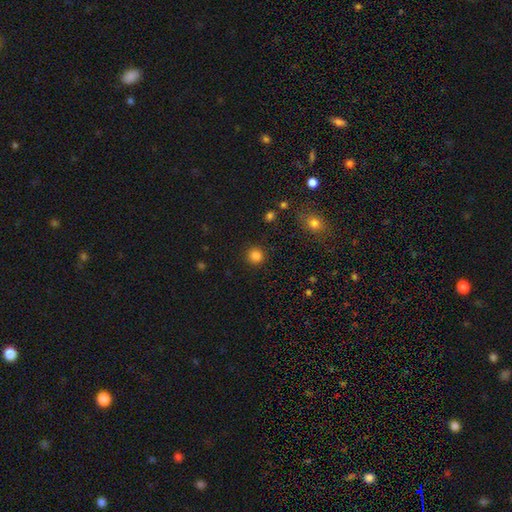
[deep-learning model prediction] Overall: smooth (84%). How rounded: round (91%). Merging: none (90%).